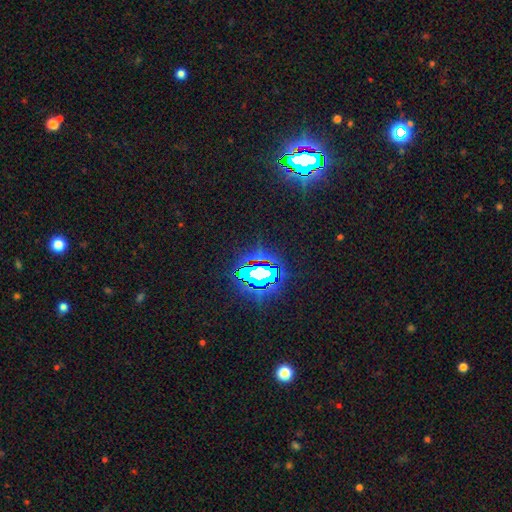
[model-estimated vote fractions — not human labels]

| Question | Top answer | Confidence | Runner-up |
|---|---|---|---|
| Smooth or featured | star or artifact | 83% | smooth (10%) |